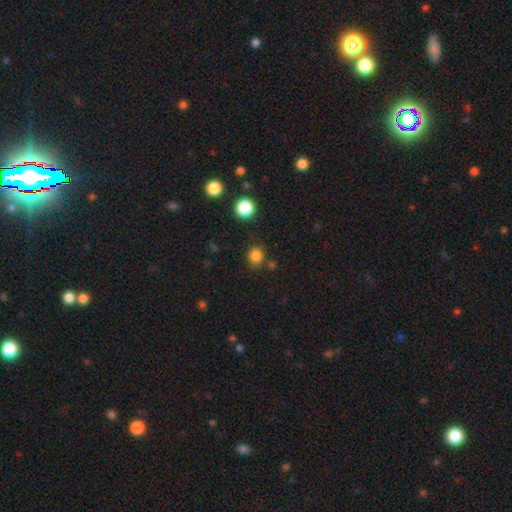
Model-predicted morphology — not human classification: A smooth galaxy with no disk features (82%) that is round (87%). Merging: none (83%).